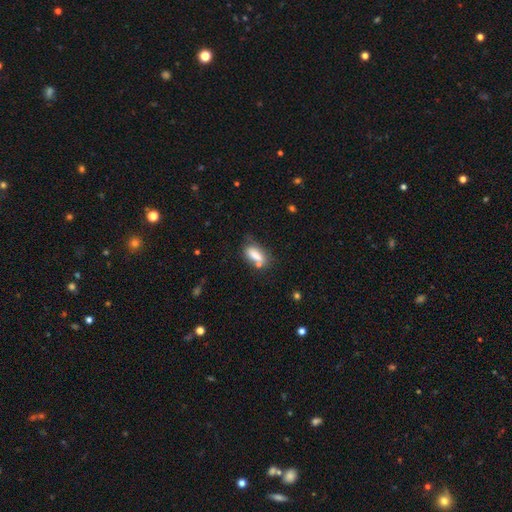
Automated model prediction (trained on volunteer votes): Smooth or featured?
  - smooth: 79% *
  - featured or disk: 12%
  - star or artifact: 9%
How rounded?
  - in between: 78% *
  - cigar-shaped: 17%
  - round: 5%
Merging?
  - none: 51% *
  - minor disturbance: 23%
  - merger: 17%
  - major disturbance: 9%